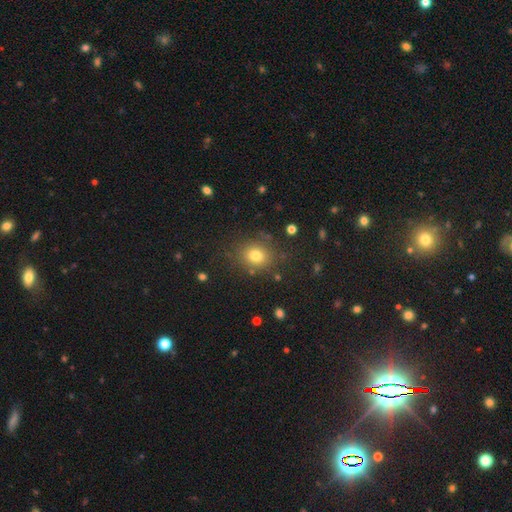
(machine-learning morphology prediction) Smooth or featured?
  - smooth: 77% *
  - star or artifact: 15%
  - featured or disk: 8%
How rounded?
  - round: 72% *
  - in between: 27%
  - cigar-shaped: 1%
Merging?
  - none: 83% *
  - minor disturbance: 10%
  - major disturbance: 4%
  - merger: 3%